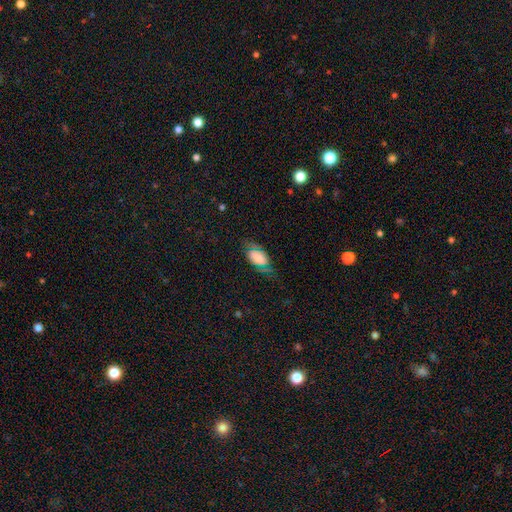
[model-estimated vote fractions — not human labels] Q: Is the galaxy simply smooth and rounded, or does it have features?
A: smooth — 47%.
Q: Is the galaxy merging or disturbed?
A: none — 64%.